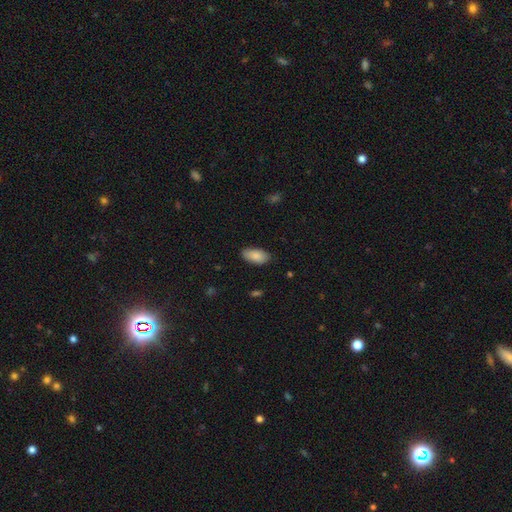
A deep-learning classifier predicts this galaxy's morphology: smooth-or-featured: smooth: 88% | star or artifact: 6% | featured or disk: 6%
  how-rounded: in between: 95% | cigar-shaped: 3% | round: 2%
  merging: none: 85% | minor disturbance: 12% | major disturbance: 2% | merger: 1%